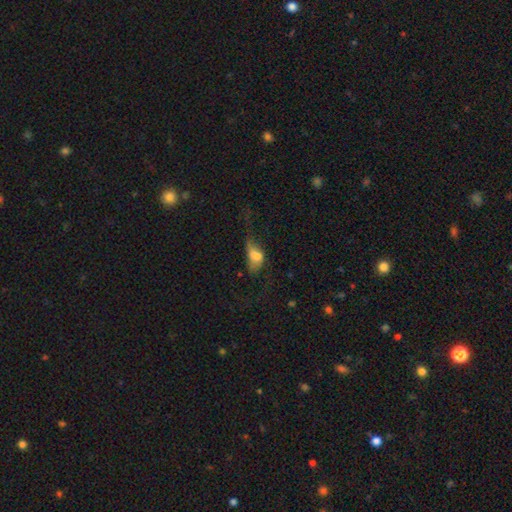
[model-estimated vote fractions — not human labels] A smooth galaxy with no disk features (61%) that is in between round and cigar-shaped (85%).

Vote fractions:
- Smooth or featured? smooth: 61% / featured or disk: 27% / star or artifact: 12%
- How rounded? in between: 85% / round: 9% / cigar-shaped: 6%
- Merging? major disturbance: 46% / minor disturbance: 22% / none: 22% / merger: 9%